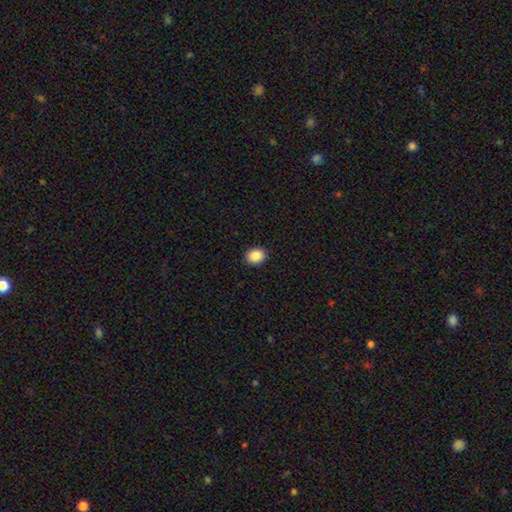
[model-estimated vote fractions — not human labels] Smooth or featured?
  - smooth: 89% *
  - star or artifact: 8%
  - featured or disk: 3%
How rounded?
  - round: 53% *
  - in between: 46%
  - cigar-shaped: 1%
Merging?
  - none: 91% *
  - minor disturbance: 6%
  - major disturbance: 2%
  - merger: 1%